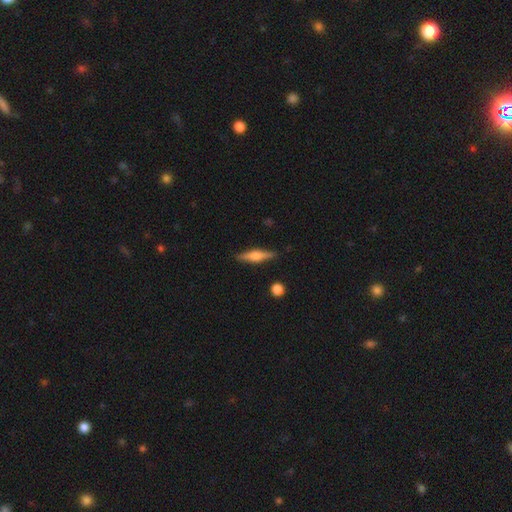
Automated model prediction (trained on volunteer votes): Smooth or featured? Predicted: featured or disk (p=0.58). Edge-on disk? Predicted: yes (p=0.97). Edge-on bulge? Predicted: rounded (p=0.82). Merging? Predicted: none (p=0.88).